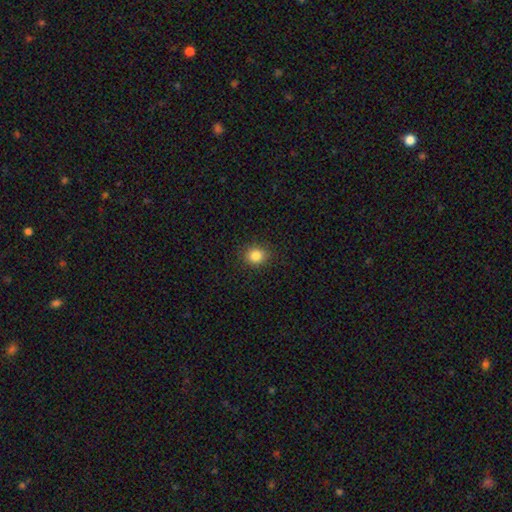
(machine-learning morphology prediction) Q: Smooth or featured?
A: smooth (85%); runner-up: star or artifact (11%)
Q: How rounded?
A: round (77%); runner-up: in between (22%)
Q: Merging?
A: none (89%); runner-up: minor disturbance (8%)